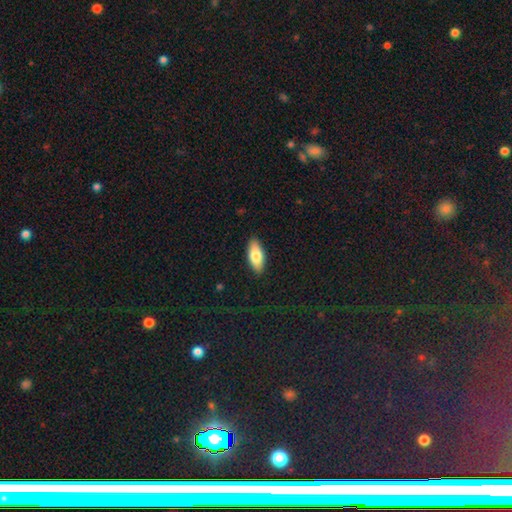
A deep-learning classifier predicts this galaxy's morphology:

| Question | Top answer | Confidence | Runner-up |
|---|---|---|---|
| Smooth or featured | smooth | 77% | featured or disk (17%) |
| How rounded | in between | 82% | cigar-shaped (16%) |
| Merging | none | 89% | minor disturbance (8%) |